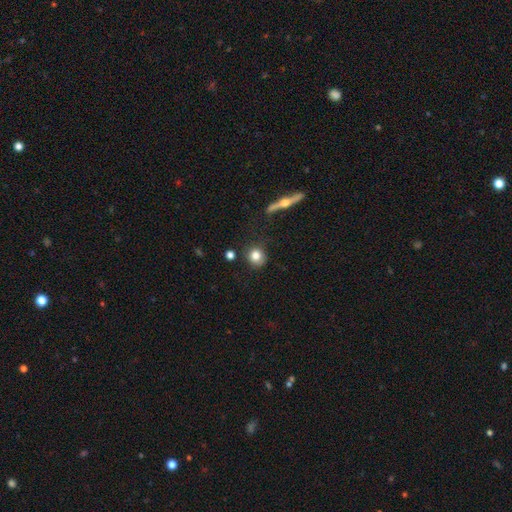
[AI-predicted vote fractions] A smooth galaxy with no disk features (80%) that is round (87%). Merging: none (82%).